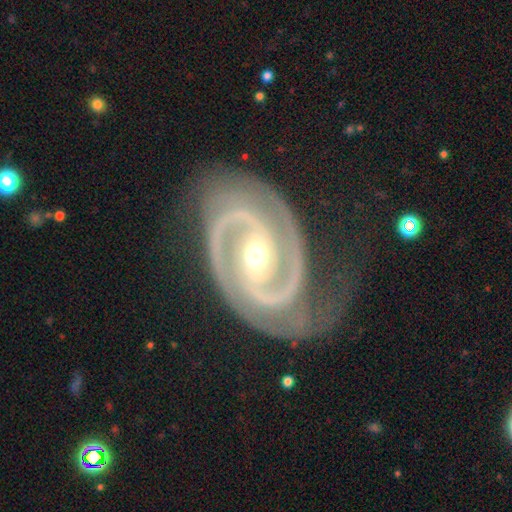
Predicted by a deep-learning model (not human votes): This is clearly a featured or disk galaxy (94%). It is clearly not viewed edge-on (98%). Bar: marginally strong (44%). Spiral arm pattern: clearly yes (99%). Spiral arm count: clearly 2 (90%). Spiral winding: possibly tight (60%). Central bulge: possibly small (54%). Merging: likely none (67%).